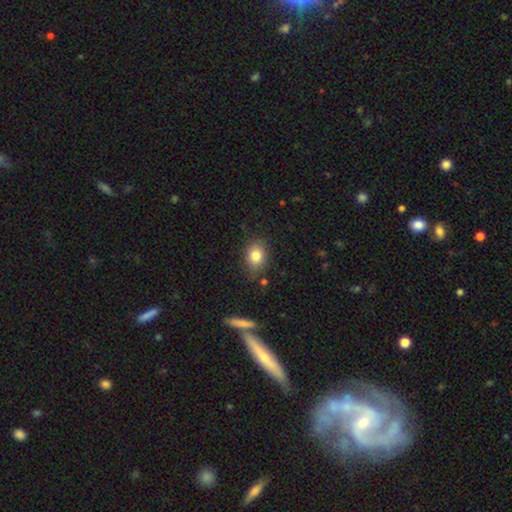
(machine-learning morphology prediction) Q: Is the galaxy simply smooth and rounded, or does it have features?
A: smooth — 82%.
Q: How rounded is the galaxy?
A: in between — 57%.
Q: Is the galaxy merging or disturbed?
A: none — 81%.